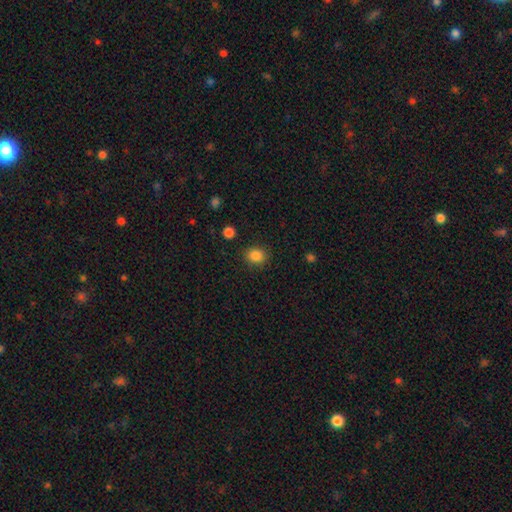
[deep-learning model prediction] Smooth or featured? Predicted: smooth (p=0.86). How rounded? Predicted: round (p=0.67). Merging? Predicted: none (p=0.87).